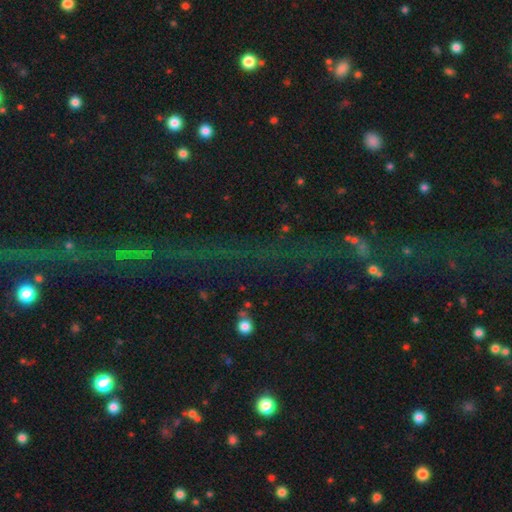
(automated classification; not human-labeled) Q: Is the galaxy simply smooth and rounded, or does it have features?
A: star or artifact — 72%.